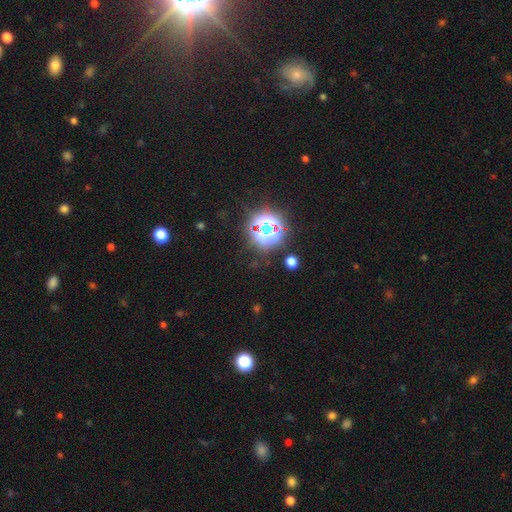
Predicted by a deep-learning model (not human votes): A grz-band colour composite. It shows a star or artifact, not a galaxy (78%).